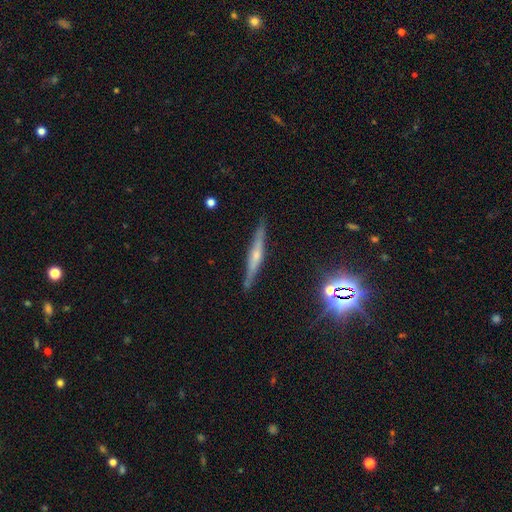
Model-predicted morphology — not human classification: featured or disk 62%, smooth 27%, star or artifact 11%. Down the decision tree: edge-on disk — yes (96%); edge-on bulge — rounded (63%); merging — none (87%).